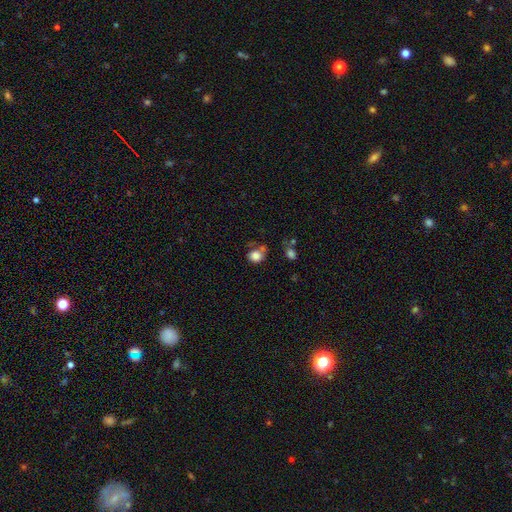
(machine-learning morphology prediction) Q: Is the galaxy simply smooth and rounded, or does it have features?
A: smooth — 82%.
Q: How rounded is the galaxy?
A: round — 69%.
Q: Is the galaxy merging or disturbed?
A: none — 51%.